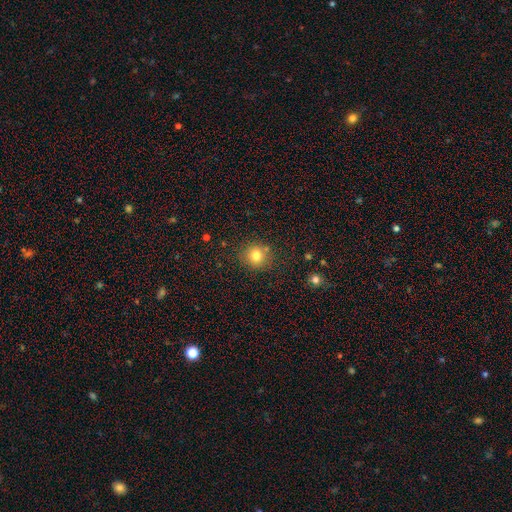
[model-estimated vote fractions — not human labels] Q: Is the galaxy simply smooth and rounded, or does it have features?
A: smooth — 80%.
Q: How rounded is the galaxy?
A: round — 90%.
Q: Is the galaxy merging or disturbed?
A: none — 82%.